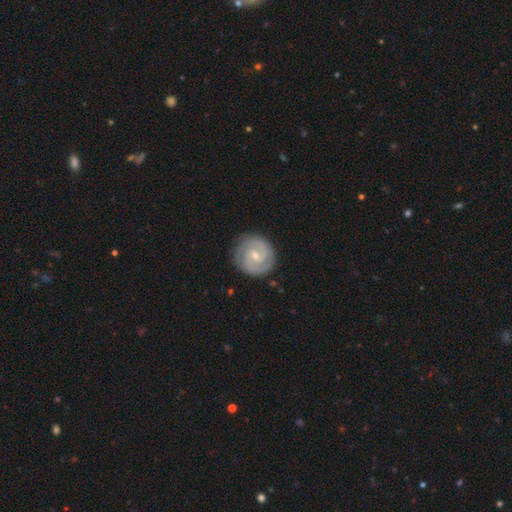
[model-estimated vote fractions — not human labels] Smooth or featured? Predicted: featured or disk (p=0.88). Edge-on disk? Predicted: no (p=0.98). Bar? Predicted: weak (p=0.47). Spiral arms? Predicted: yes (p=0.98). Spiral winding? Predicted: tight (p=0.70). Spiral arm count? Predicted: 2 (p=0.82). Bulge size? Predicted: small (p=0.61). Merging? Predicted: none (p=0.87).